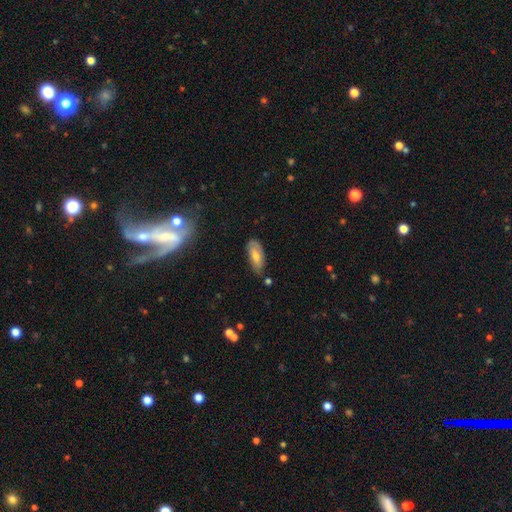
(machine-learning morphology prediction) Smooth or featured: smooth — 65% (featured or disk — 27%)
How rounded: in between — 84% (cigar-shaped — 14%)
Merging: none — 68% (minor disturbance — 24%)